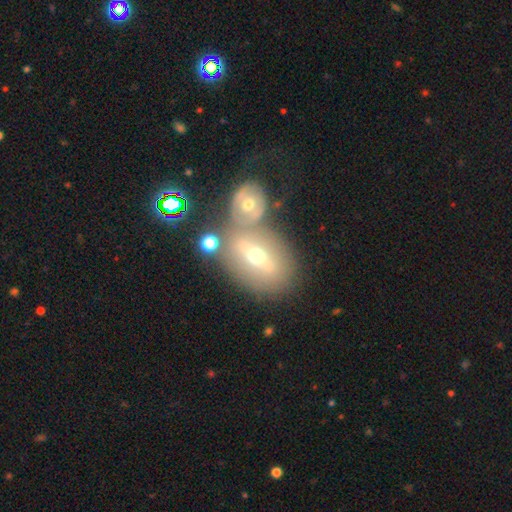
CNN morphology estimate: A featured or disk galaxy (54%).

Vote fractions:
- Smooth or featured? featured or disk: 54% / smooth: 33% / star or artifact: 14%
- Edge-on disk? no: 81% / yes: 19%
- Merging? none: 42% / merger: 40% / minor disturbance: 12% / major disturbance: 6%